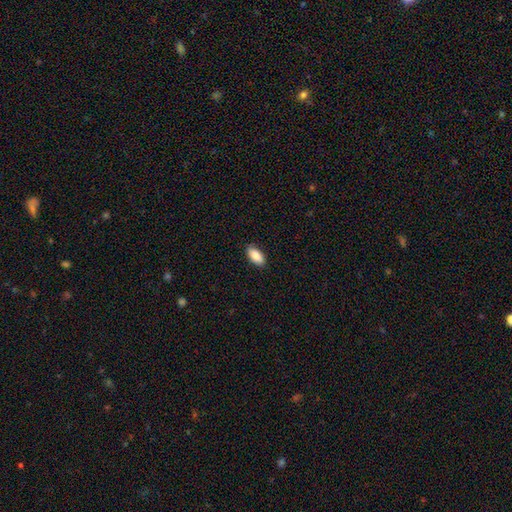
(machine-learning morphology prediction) smooth_or_featured: smooth (p=0.88) [alt: star or artifact p=0.06]
how_rounded: in between (p=0.90) [alt: cigar-shaped p=0.08]
merging: none (p=0.88) [alt: minor disturbance p=0.09]